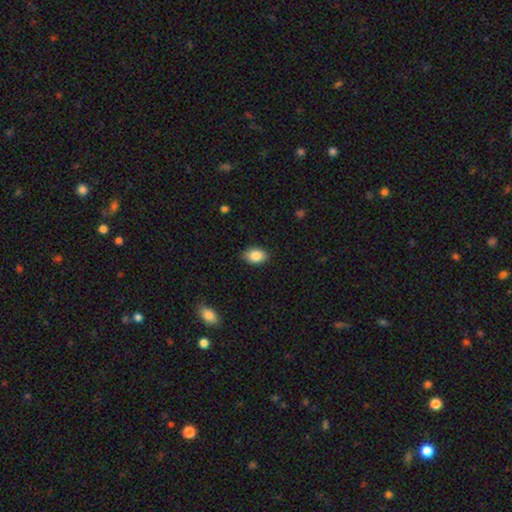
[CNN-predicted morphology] smooth-or-featured: smooth: 86% | star or artifact: 8% | featured or disk: 6%
  how-rounded: in between: 83% | round: 16% | cigar-shaped: 1%
  merging: none: 86% | minor disturbance: 11% | major disturbance: 2% | merger: 1%